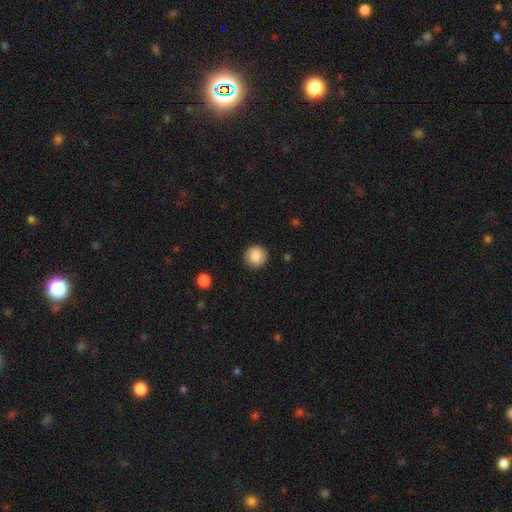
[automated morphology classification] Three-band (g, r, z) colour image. It shows a smooth galaxy with no disk features (87%) that is round (94%). Merging: none (90%).